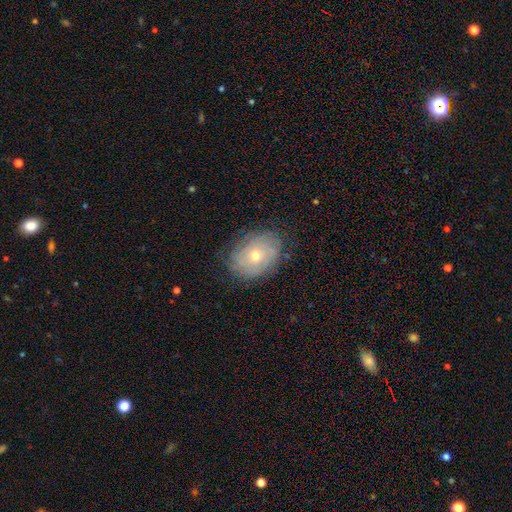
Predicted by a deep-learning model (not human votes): The model was most divided on "smooth or featured": featured or disk: 48%, smooth: 43%, star or artifact: 9%. More confident: merging — none (77%).